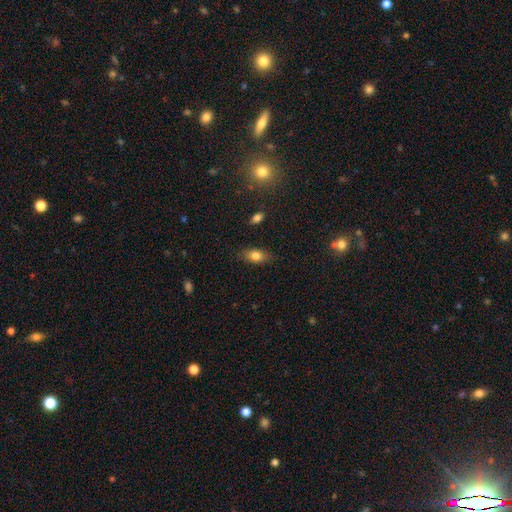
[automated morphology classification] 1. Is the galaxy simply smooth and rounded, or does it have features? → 79% smooth, 12% featured or disk, 9% star or artifact.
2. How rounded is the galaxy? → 83% in between, 8% round, 8% cigar-shaped.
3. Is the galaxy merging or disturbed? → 82% none, 14% minor disturbance, 3% major disturbance, 1% merger.